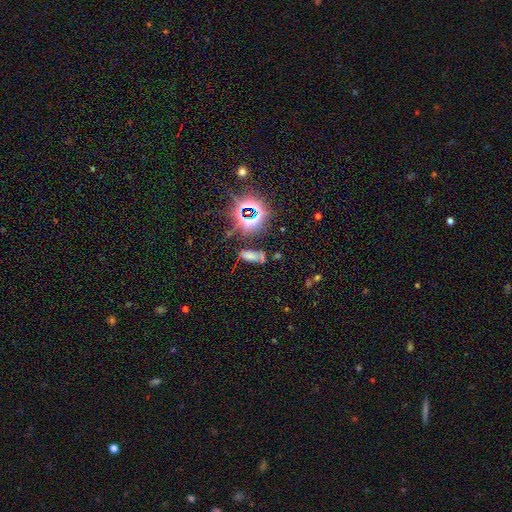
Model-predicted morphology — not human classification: Smooth or featured: smooth — 47% (star or artifact — 40%)
Merging: none — 52% (minor disturbance — 21%)